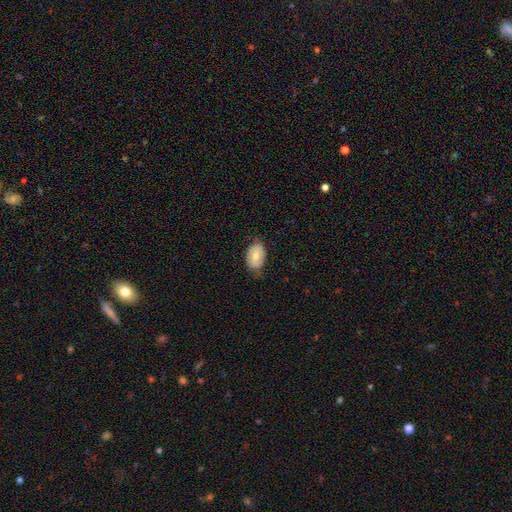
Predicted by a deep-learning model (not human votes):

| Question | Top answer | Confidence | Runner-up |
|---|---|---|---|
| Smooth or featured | smooth | 63% | featured or disk (30%) |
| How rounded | in between | 85% | round (14%) |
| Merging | none | 67% | minor disturbance (26%) |